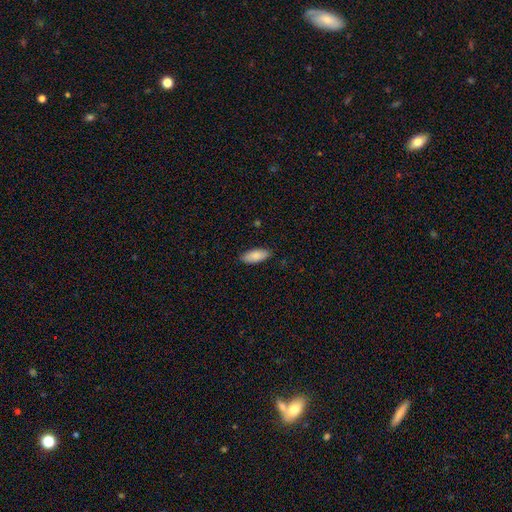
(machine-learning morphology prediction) A smooth galaxy with no disk features (87%) that is in between round and cigar-shaped (80%). Merging: none (87%).